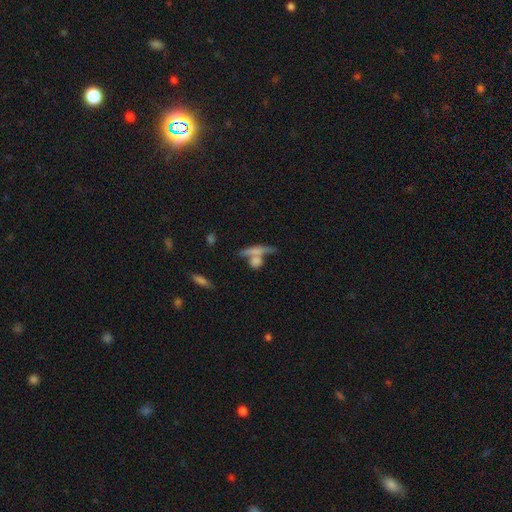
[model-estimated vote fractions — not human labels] Smooth or featured: smooth — 58% (featured or disk — 31%)
How rounded: cigar-shaped — 56% (in between — 29%)
Merging: none — 42% (tied with merger — 42%)